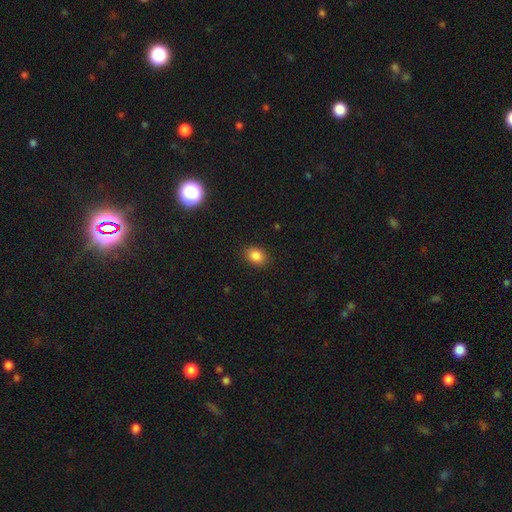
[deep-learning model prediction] smooth-or-featured: smooth: 86% | star or artifact: 10% | featured or disk: 4%
  how-rounded: in between: 62% | round: 36% | cigar-shaped: 1%
  merging: none: 88% | minor disturbance: 8% | major disturbance: 2% | merger: 1%